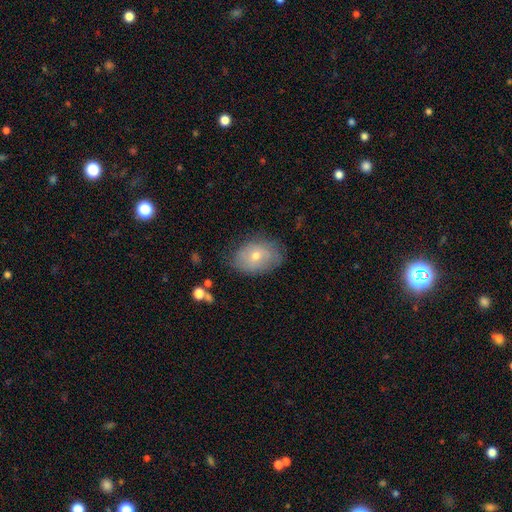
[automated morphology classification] Overall: smooth (58%; featured or disk 33%). How rounded: in between (80%). Merging: none (74%).